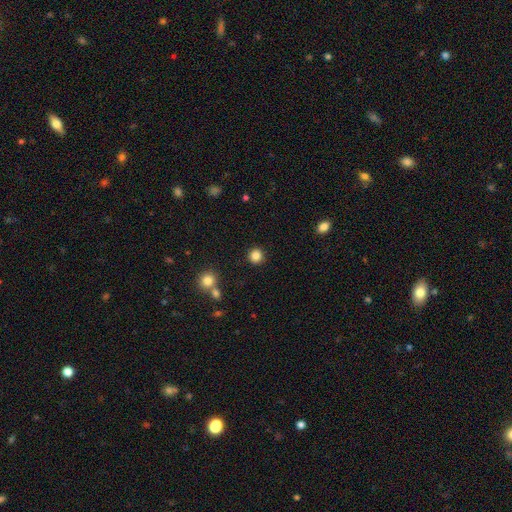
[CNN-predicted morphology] A smooth galaxy with no disk features (85%) that is round (93%). Merging: none (90%).